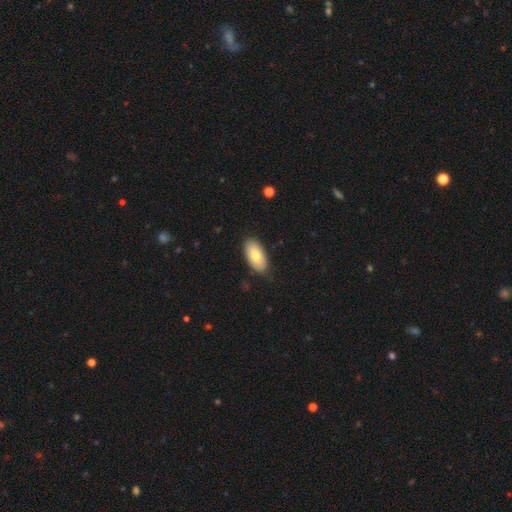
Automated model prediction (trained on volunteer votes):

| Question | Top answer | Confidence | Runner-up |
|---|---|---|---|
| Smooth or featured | smooth | 78% | featured or disk (16%) |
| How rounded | in between | 94% | cigar-shaped (4%) |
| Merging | none | 84% | minor disturbance (13%) |